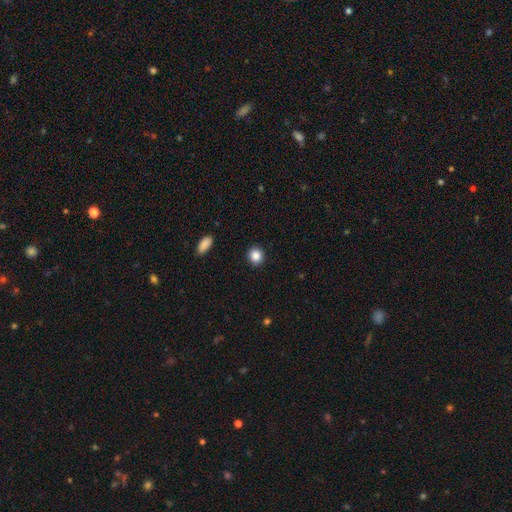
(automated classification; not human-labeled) Q: Smooth or featured?
A: smooth (86%); runner-up: star or artifact (10%)
Q: How rounded?
A: round (85%); runner-up: in between (14%)
Q: Merging?
A: none (92%); runner-up: minor disturbance (5%)